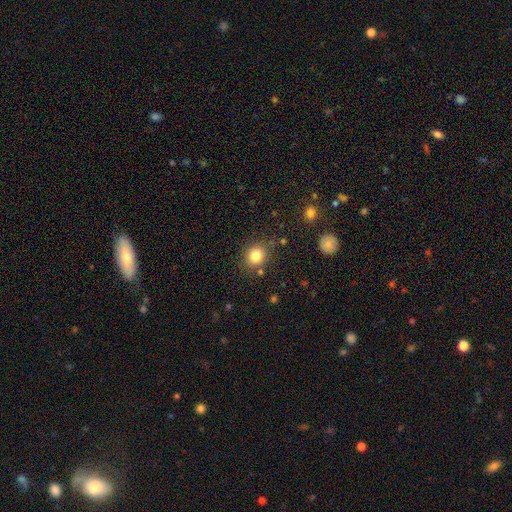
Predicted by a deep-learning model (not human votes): Smooth or featured: smooth — 82% (star or artifact — 11%)
How rounded: round — 74% (in between — 25%)
Merging: none — 80% (minor disturbance — 12%)